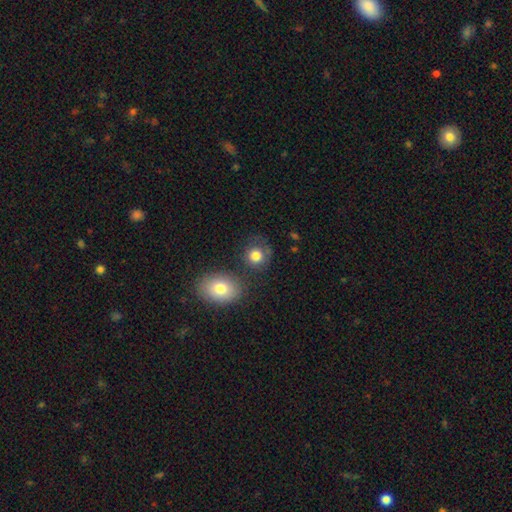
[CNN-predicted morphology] Smooth or featured?
  - smooth: 80% *
  - featured or disk: 10%
  - star or artifact: 9%
How rounded?
  - round: 82% *
  - in between: 17%
  - cigar-shaped: 1%
Merging?
  - none: 68% *
  - minor disturbance: 14%
  - merger: 10%
  - major disturbance: 7%